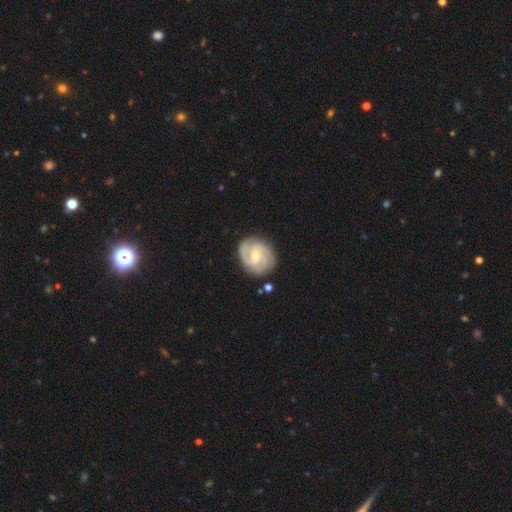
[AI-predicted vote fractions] Smooth or featured: featured or disk — 86% (smooth — 9%)
Edge-on disk: no — 98% (yes — 2%)
Bar: weak — 49% (no — 39%)
Spiral arms: yes — 97% (no — 3%)
Spiral winding: tight — 45% (tied with medium — 45%)
Spiral arm count: 3 — 40% (2 — 34%)
Bulge size: small — 56% (moderate — 41%)
Merging: none — 81% (minor disturbance — 13%)